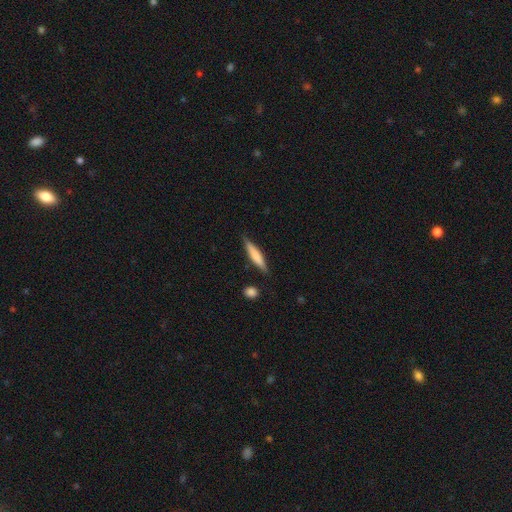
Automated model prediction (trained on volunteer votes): Morphology: type=smooth (68%); roundness=cigar-shaped (86%); merging=none (82%).